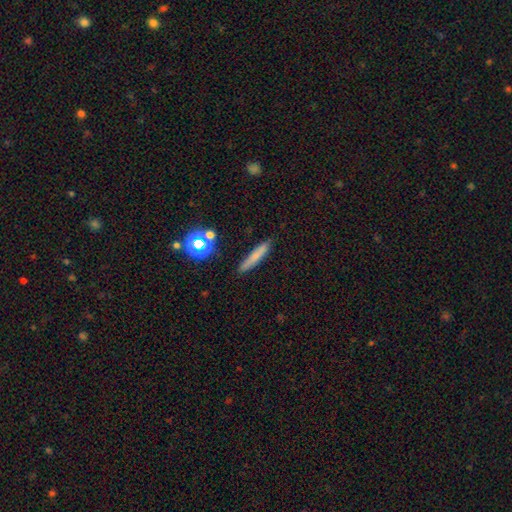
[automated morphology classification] smooth_or_featured: smooth (p=0.69) [alt: featured or disk p=0.19]
how_rounded: cigar-shaped (p=0.90) [alt: in between p=0.07]
merging: none (p=0.86) [alt: minor disturbance p=0.09]